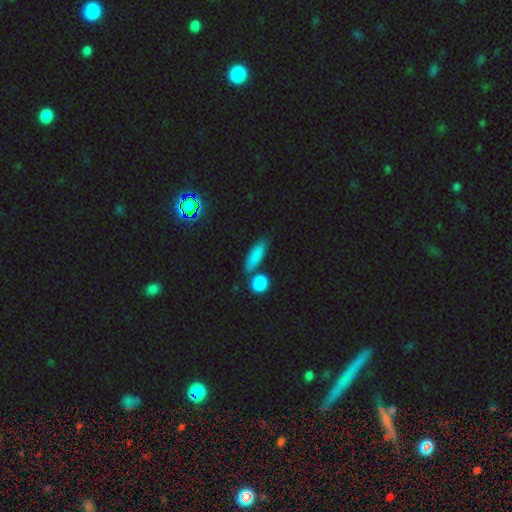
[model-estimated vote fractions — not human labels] A smooth galaxy with no disk features (80%) that is in between round and cigar-shaped (48%). Merging: none (75%).